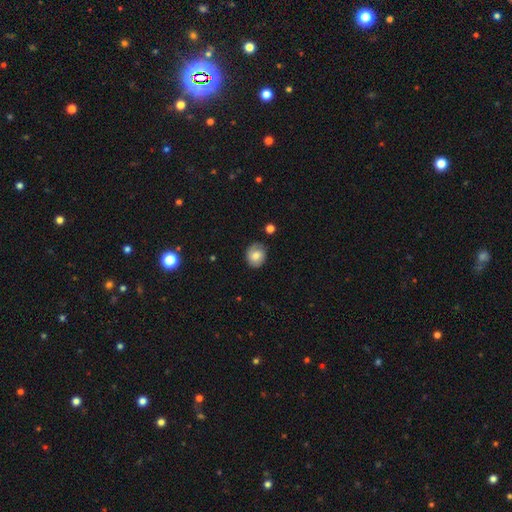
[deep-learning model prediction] smooth 69%, featured or disk 23%, star or artifact 9%. Down the decision tree: how rounded — round (68%); merging — none (74%).